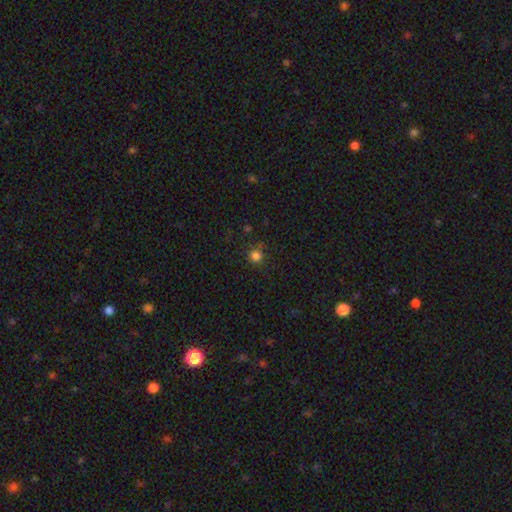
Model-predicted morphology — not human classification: A smooth galaxy with no disk features (80%) that is round (93%). Merging: none (83%).